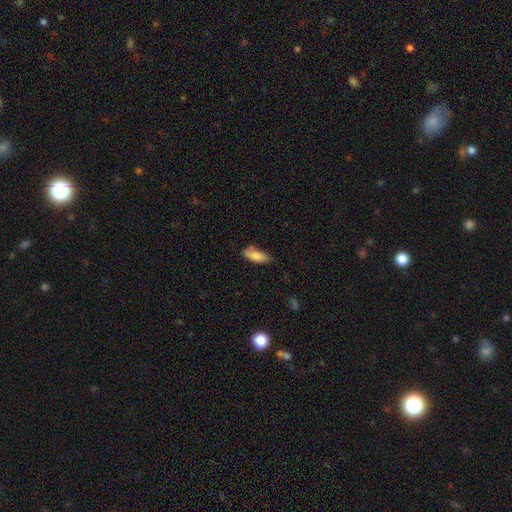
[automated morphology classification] smooth_or_featured: smooth (p=0.84) [alt: featured or disk p=0.09]
how_rounded: in between (p=0.77) [alt: cigar-shaped p=0.22]
merging: none (p=0.64) [alt: minor disturbance p=0.29]